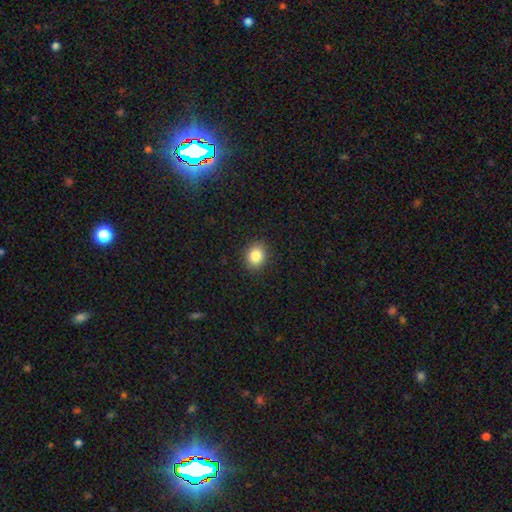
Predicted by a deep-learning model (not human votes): Morphology: type=smooth (85%); roundness=round (62%); merging=none (90%).